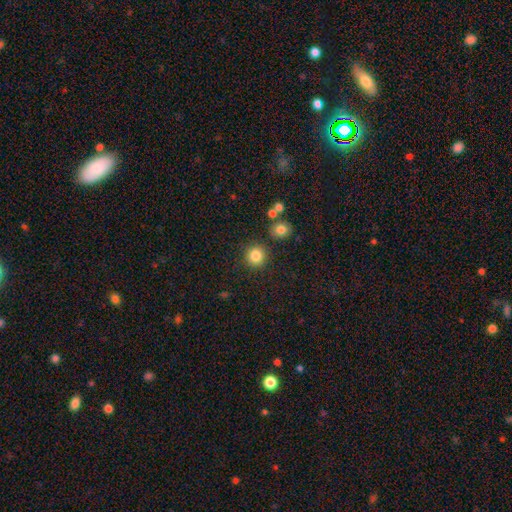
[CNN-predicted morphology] Smooth or featured: smooth — 84% (star or artifact — 11%)
How rounded: round — 91% (in between — 8%)
Merging: none — 85% (minor disturbance — 8%)